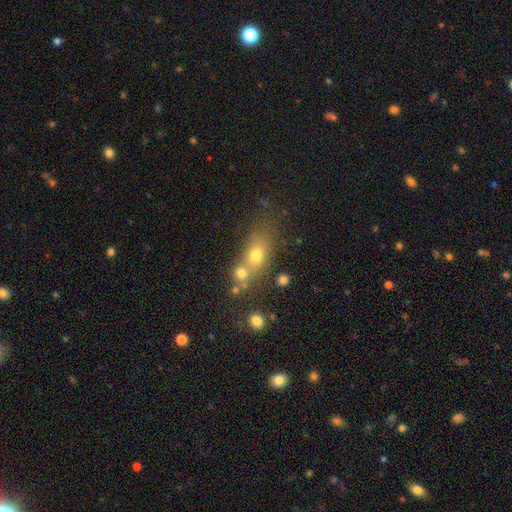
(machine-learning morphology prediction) Smooth or featured: smooth — 64% (featured or disk — 20%)
How rounded: in between — 55% (round — 36%)
Merging: merger — 43% (none — 39%)